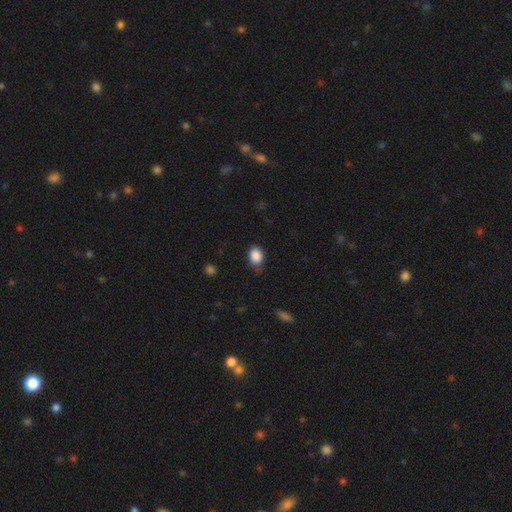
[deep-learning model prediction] This appears to be a smooth galaxy with no disk features (87%) that is in between round and cigar-shaped (65%). Merging: none (63%).